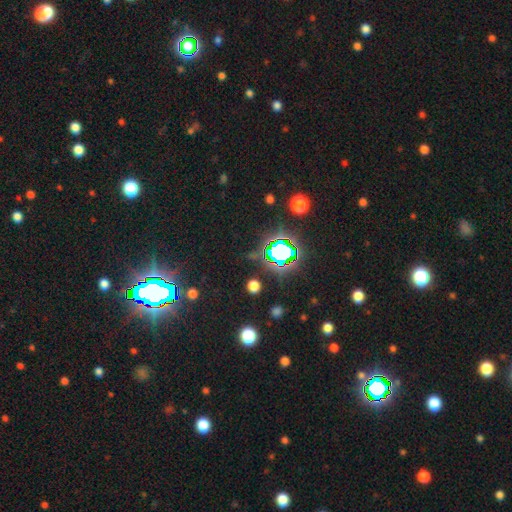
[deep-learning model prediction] Smooth or featured: star or artifact — 76% (smooth — 16%)